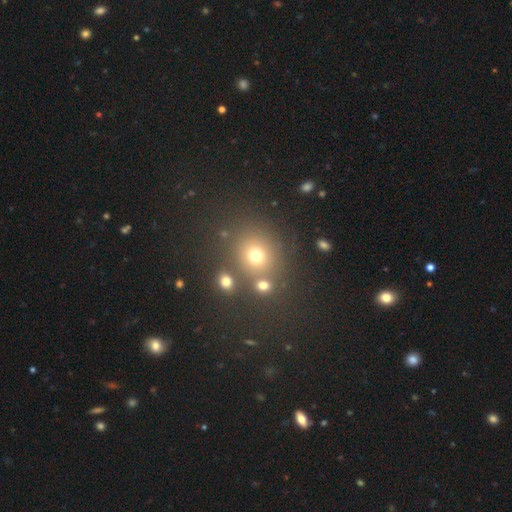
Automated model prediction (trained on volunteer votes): smooth_or_featured: smooth (p=0.70) [alt: star or artifact p=0.20]
how_rounded: round (p=0.80) [alt: in between p=0.19]
merging: none (p=0.70) [alt: merger p=0.15]